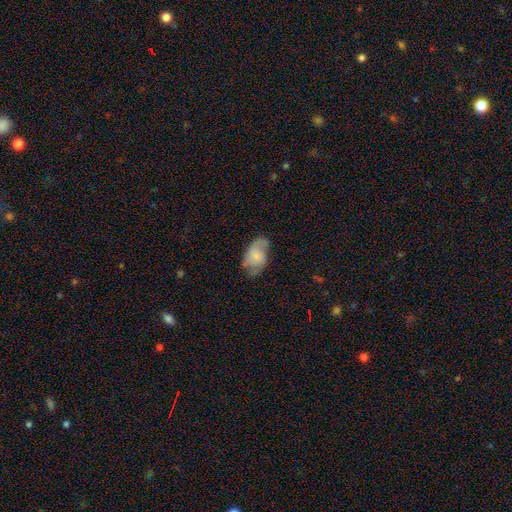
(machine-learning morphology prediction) A smooth galaxy with no disk features (52%) that is in between round and cigar-shaped (91%). Merging: none (51%).